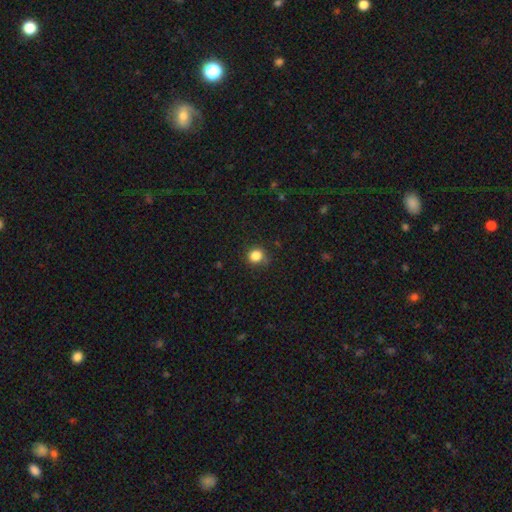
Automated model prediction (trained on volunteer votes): smooth-or-featured: smooth: 84% | star or artifact: 12% | featured or disk: 4%
  how-rounded: round: 82% | in between: 17% | cigar-shaped: 1%
  merging: none: 80% | minor disturbance: 15% | major disturbance: 4% | merger: 1%